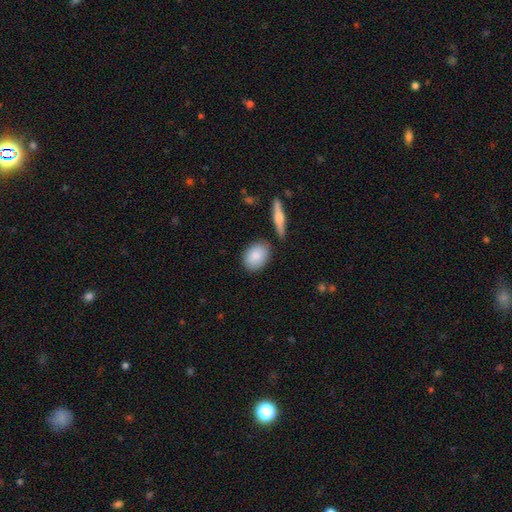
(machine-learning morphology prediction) The model was most divided on "how rounded": in between: 80%, round: 17%, cigar-shaped: 2%. More confident: smooth or featured — smooth (85%); merging — none (78%).